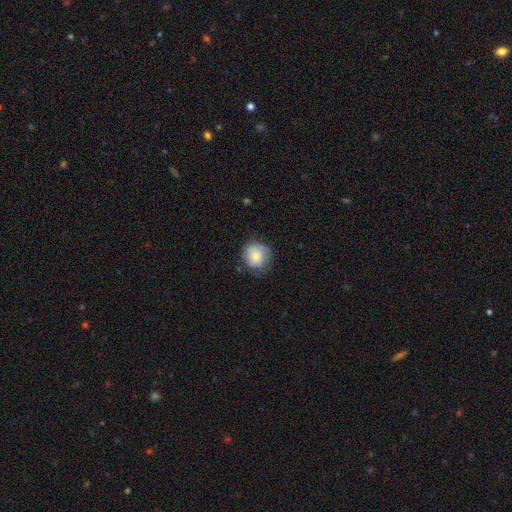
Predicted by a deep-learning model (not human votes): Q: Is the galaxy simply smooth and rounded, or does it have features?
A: smooth — 75%.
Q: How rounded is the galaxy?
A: round — 85%.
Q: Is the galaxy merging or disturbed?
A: none — 68%.